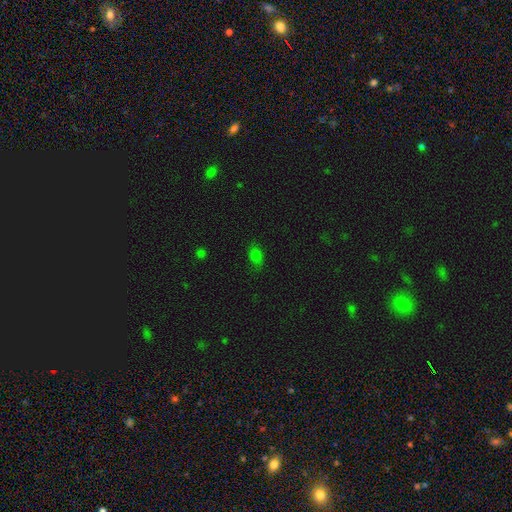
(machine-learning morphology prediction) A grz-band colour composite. It shows a smooth galaxy with no disk features (74%) that is in between round and cigar-shaped (80%). Merging: none (77%).